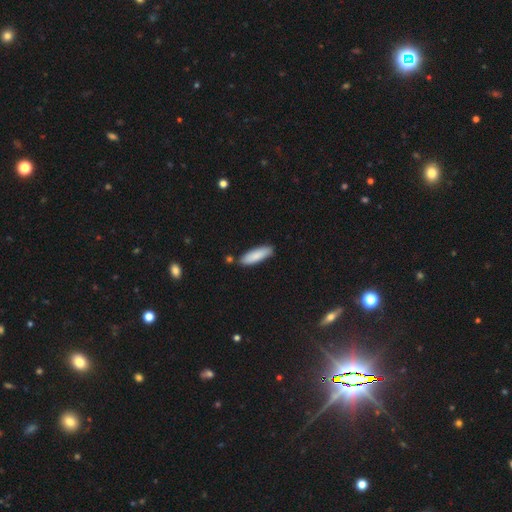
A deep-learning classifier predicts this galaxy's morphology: Smooth or featured?
  - smooth: 86% *
  - featured or disk: 9%
  - star or artifact: 6%
How rounded?
  - cigar-shaped: 55% *
  - in between: 43%
  - round: 1%
Merging?
  - none: 83% *
  - minor disturbance: 11%
  - merger: 4%
  - major disturbance: 2%